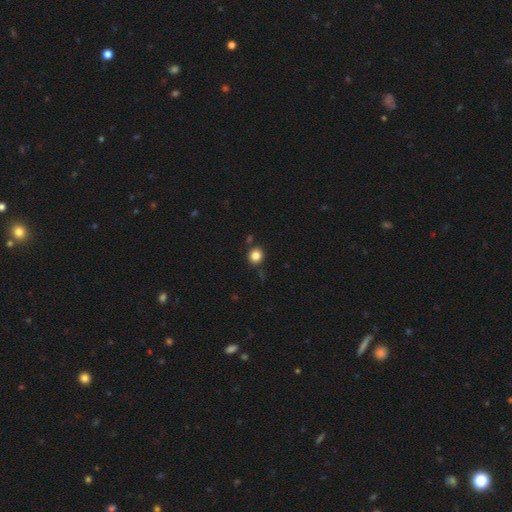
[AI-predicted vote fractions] smooth 84%, star or artifact 11%, featured or disk 5%. Down the decision tree: how rounded — round (87%); merging — none (84%).